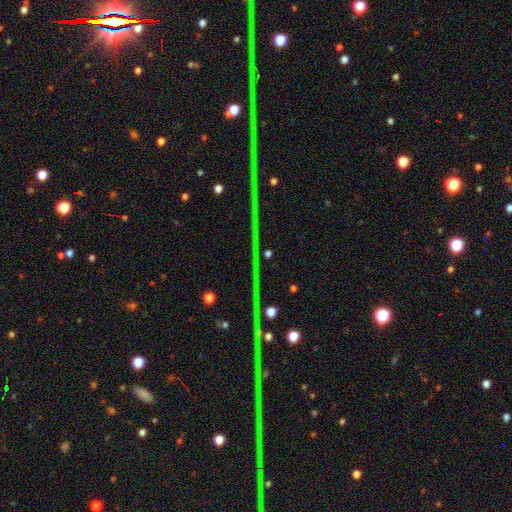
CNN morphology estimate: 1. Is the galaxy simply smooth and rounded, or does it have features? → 85% star or artifact, 8% featured or disk, 7% smooth.